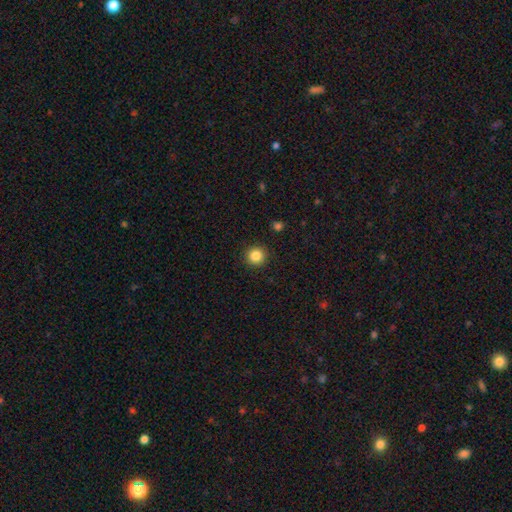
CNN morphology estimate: Smooth or featured? Predicted: smooth (p=0.86). How rounded? Predicted: round (p=0.94). Merging? Predicted: none (p=0.92).